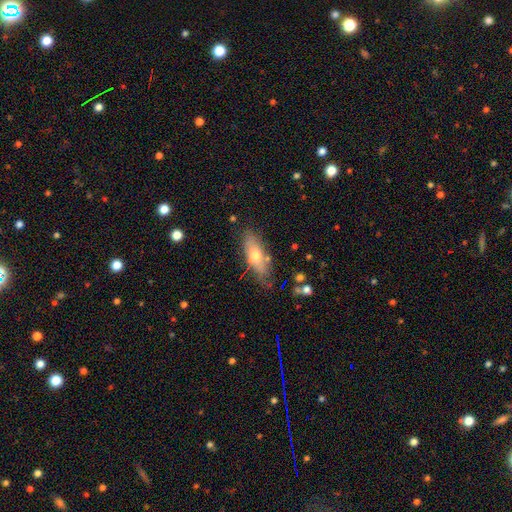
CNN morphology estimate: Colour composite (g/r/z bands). It shows a smooth galaxy with no disk features (60%) that is in between round and cigar-shaped (63%). Merging: none (70%).